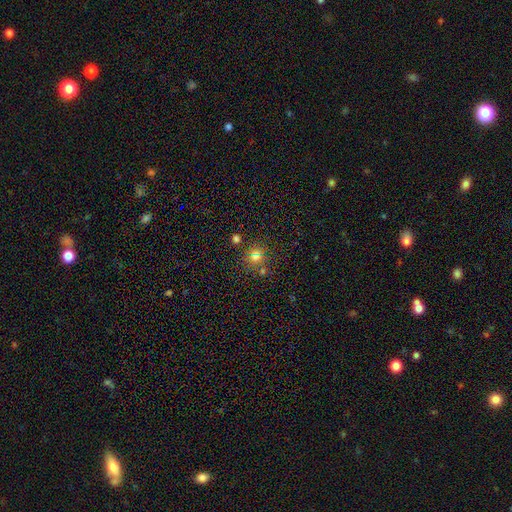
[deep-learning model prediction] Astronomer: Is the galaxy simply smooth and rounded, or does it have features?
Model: smooth — 71%.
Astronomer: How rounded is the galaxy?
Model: round — 87%.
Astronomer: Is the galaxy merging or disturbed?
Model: none — 73%.